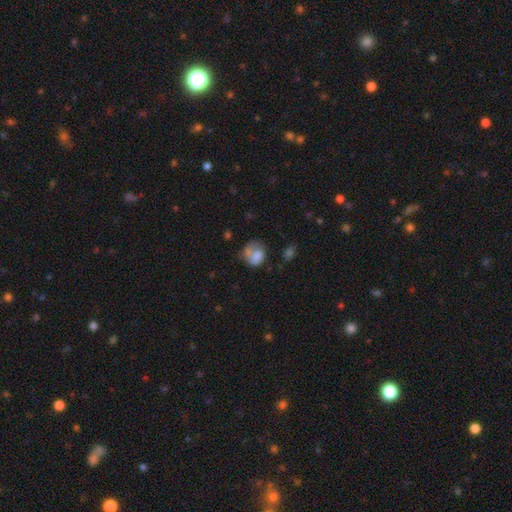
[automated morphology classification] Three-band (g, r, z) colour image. It shows a smooth galaxy with no disk features (67%) that is in between round and cigar-shaped (50%). Merging: none (32%).